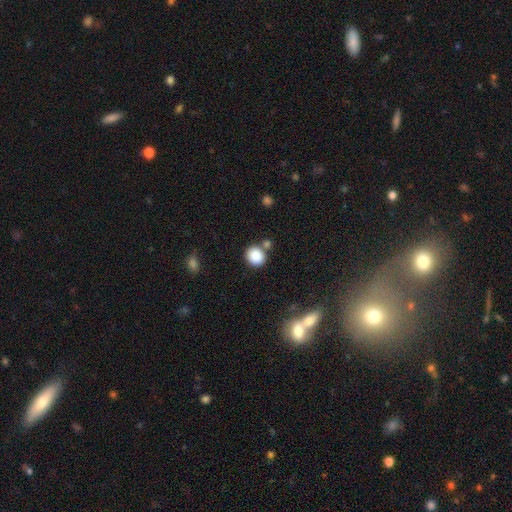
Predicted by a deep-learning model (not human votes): Smooth or featured? smooth (87%)
How rounded? round (79%)
Merging? none (69%)